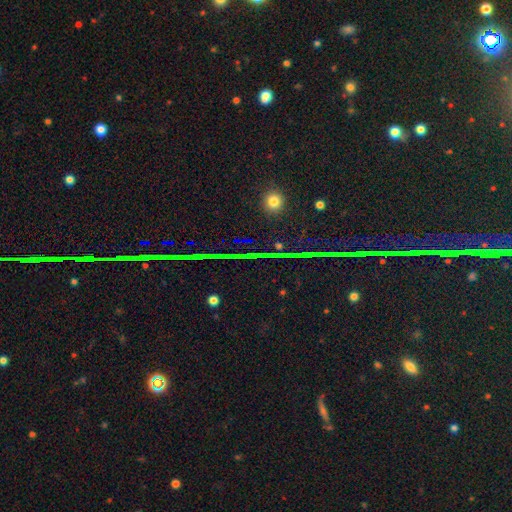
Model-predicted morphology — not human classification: type=star or artifact (85%).